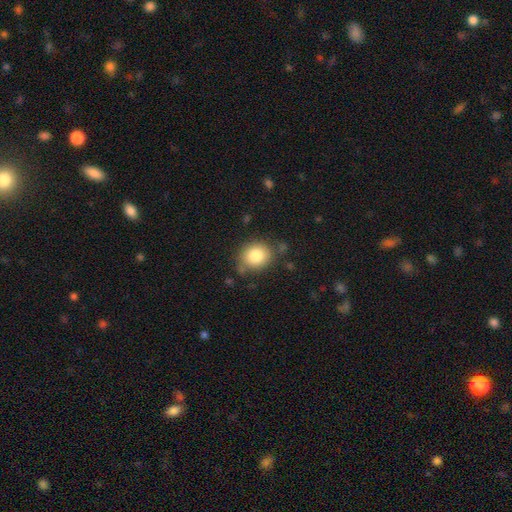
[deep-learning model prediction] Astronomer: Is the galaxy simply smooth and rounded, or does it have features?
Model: smooth — 82%.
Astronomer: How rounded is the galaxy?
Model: round — 75%.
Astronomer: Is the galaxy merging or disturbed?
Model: none — 74%.